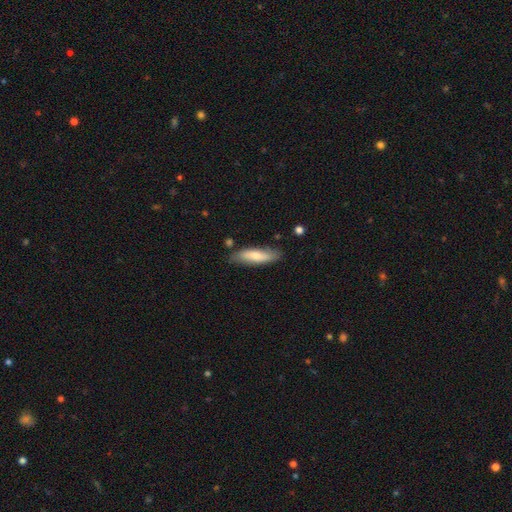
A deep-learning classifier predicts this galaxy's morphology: This is likely a smooth galaxy (69%). How rounded: possibly cigar-shaped (57%). Merging: likely none (75%).